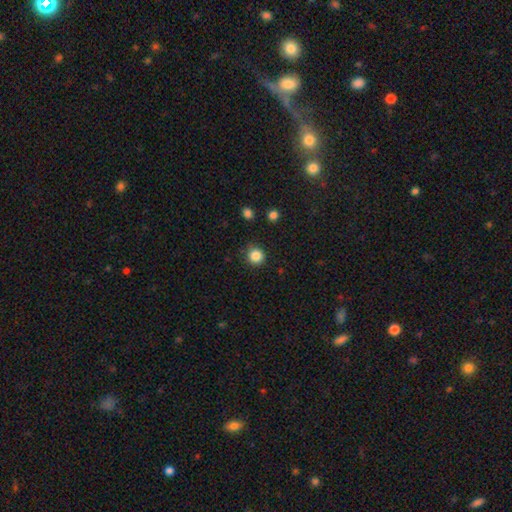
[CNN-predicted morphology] Overall: smooth (85%). How rounded: round (93%). Merging: none (87%).